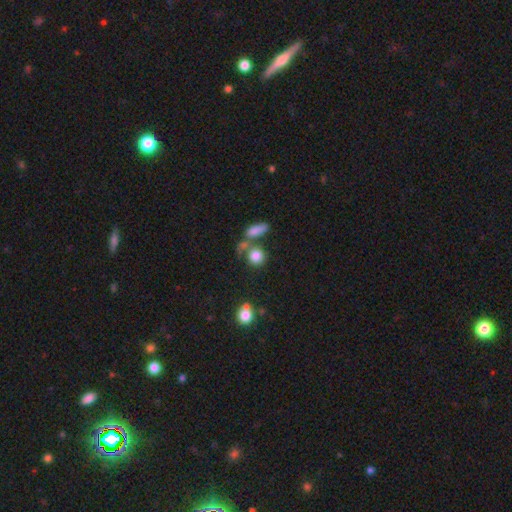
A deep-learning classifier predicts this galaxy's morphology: smooth_or_featured: smooth (p=0.80) [alt: star or artifact p=0.10]
how_rounded: round (p=0.80) [alt: in between p=0.18]
merging: none (p=0.50) [alt: merger p=0.30]